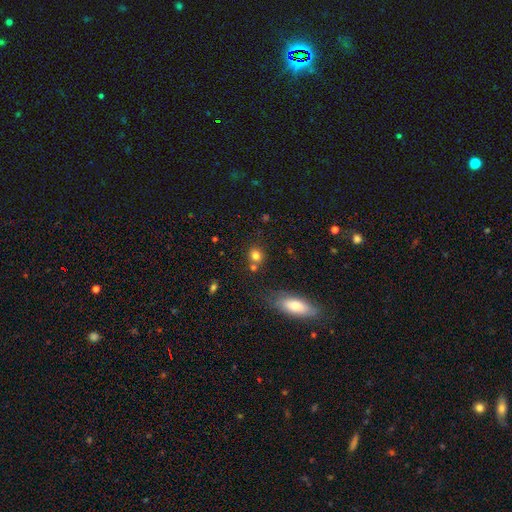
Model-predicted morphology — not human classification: smooth 78%, star or artifact 14%, featured or disk 8%. Down the decision tree: how rounded — round (75%); merging — none (68%).